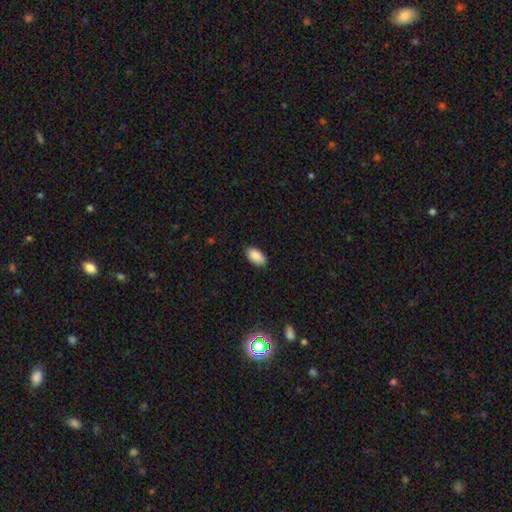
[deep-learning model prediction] A smooth galaxy with no disk features (89%) that is in between round and cigar-shaped (95%). Merging: none (86%).